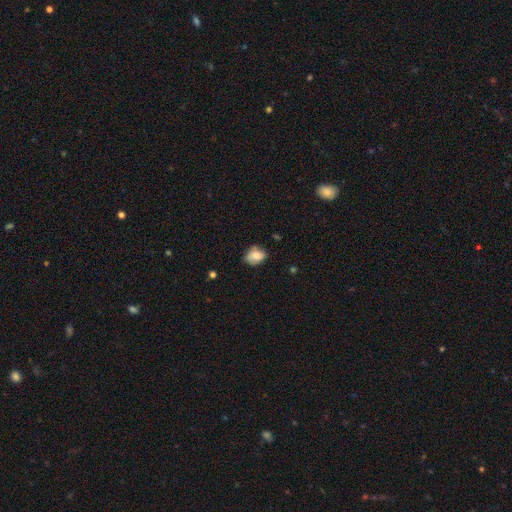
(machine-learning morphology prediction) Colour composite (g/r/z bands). It shows a smooth galaxy with no disk features (76%) that is in between round and cigar-shaped (68%). Merging: none (64%).